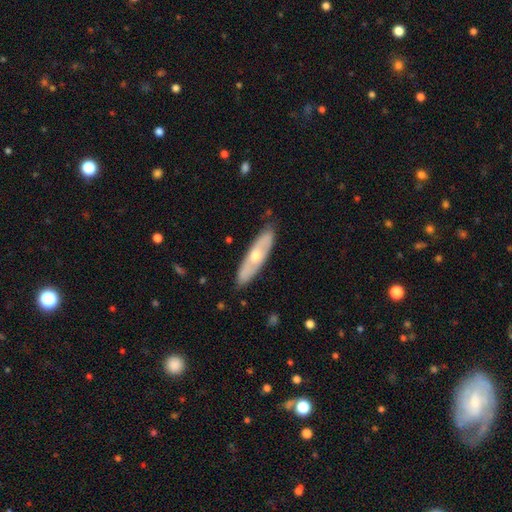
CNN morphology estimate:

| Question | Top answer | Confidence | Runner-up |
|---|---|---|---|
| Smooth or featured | featured or disk | 53% | smooth (39%) |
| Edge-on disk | yes | 55% | no (45%) |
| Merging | none | 84% | minor disturbance (12%) |